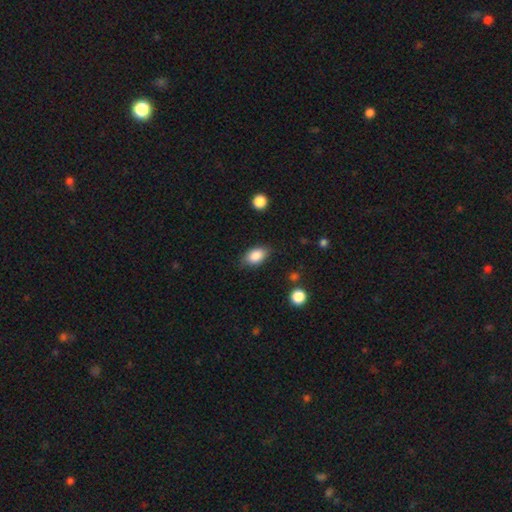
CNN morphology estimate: smooth_or_featured: smooth (p=0.86) [alt: star or artifact p=0.07]
how_rounded: in between (p=0.89) [alt: round p=0.09]
merging: none (p=0.79) [alt: minor disturbance p=0.16]